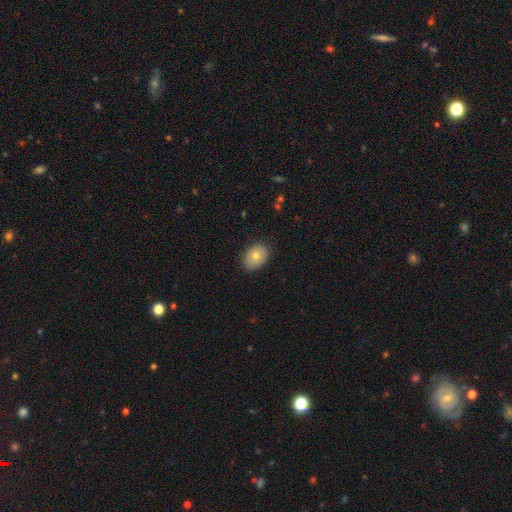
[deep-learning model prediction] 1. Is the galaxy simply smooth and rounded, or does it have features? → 74% smooth, 18% featured or disk, 8% star or artifact.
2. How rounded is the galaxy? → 73% in between, 26% round, 1% cigar-shaped.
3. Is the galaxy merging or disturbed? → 85% none, 12% minor disturbance, 2% major disturbance, 1% merger.